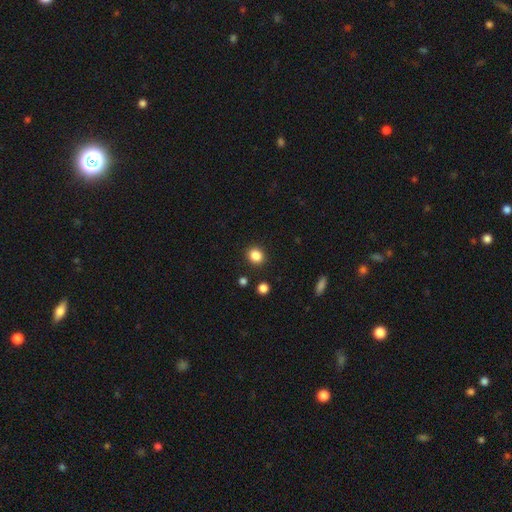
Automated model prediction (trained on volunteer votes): Smooth or featured? smooth (86%)
How rounded? round (77%)
Merging? none (89%)